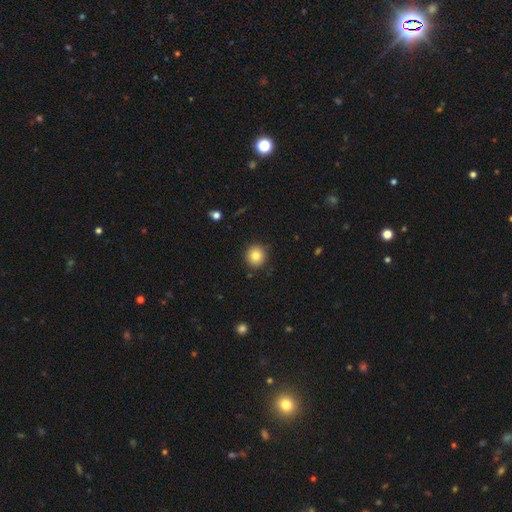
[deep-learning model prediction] smooth_or_featured: smooth (p=0.83) [alt: star or artifact p=0.10]
how_rounded: round (p=0.91) [alt: in between p=0.08]
merging: none (p=0.89) [alt: minor disturbance p=0.08]